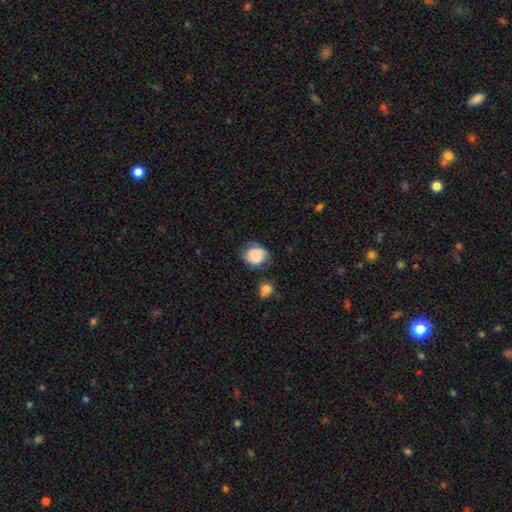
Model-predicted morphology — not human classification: This is likely a smooth galaxy (66%). How rounded: likely round (61%). Merging: possibly none (49%).